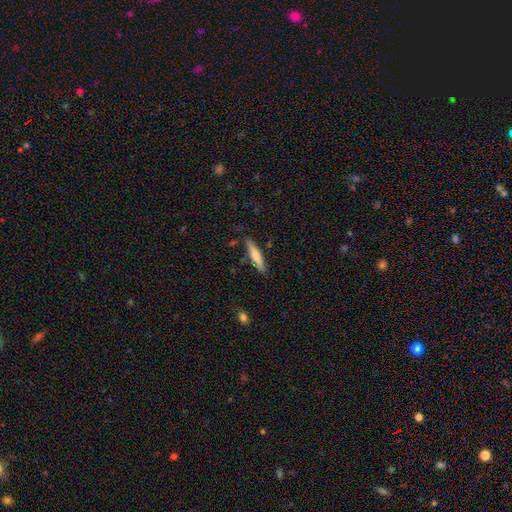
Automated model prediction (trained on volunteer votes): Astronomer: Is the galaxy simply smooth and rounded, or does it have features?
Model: smooth — 62%.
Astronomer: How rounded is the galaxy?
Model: cigar-shaped — 87%.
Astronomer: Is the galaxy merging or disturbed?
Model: none — 84%.